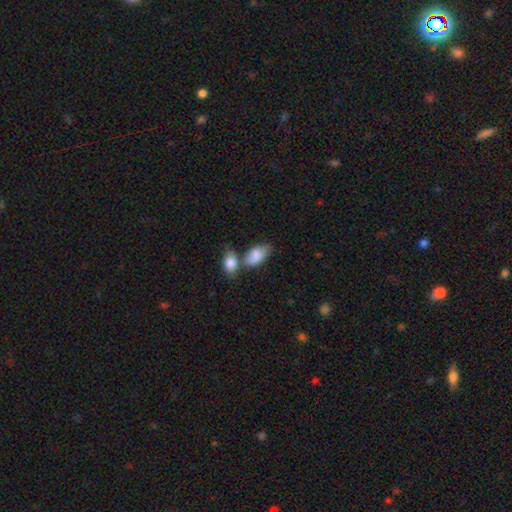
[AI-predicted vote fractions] Morphology: type=smooth (85%); roundness=in between (92%); merging=merger (47%).